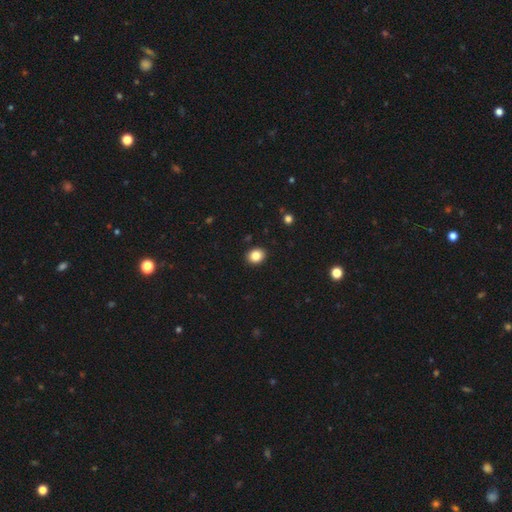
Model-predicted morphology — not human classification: smooth 85%, star or artifact 10%, featured or disk 5%. Down the decision tree: how rounded — round (60%); merging — none (91%).